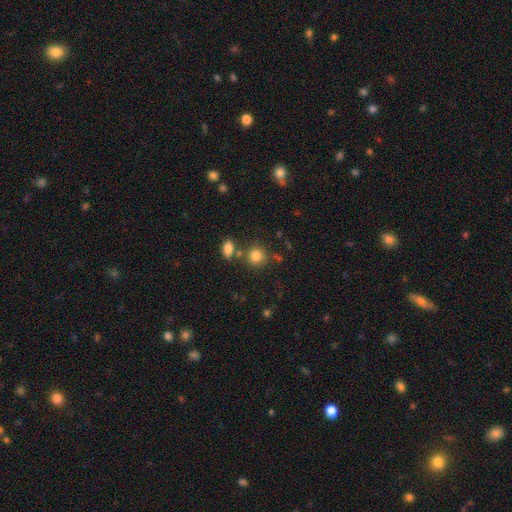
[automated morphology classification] smooth-or-featured: smooth: 81% | star or artifact: 11% | featured or disk: 7%
  how-rounded: round: 83% | in between: 15% | cigar-shaped: 1%
  merging: none: 71% | merger: 14% | minor disturbance: 11% | major disturbance: 4%